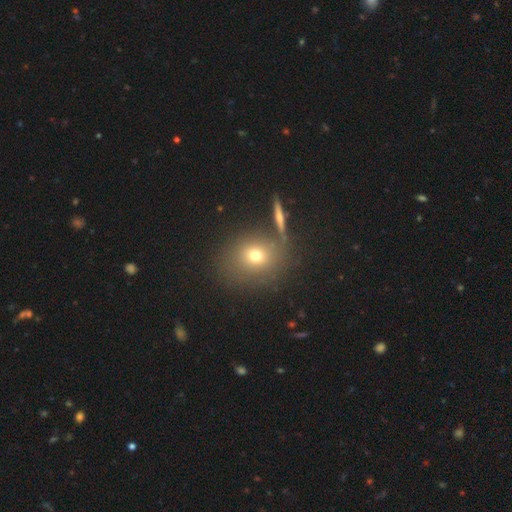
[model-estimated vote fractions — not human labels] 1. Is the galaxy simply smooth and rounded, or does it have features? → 68% smooth, 16% star or artifact, 15% featured or disk.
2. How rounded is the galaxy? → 70% round, 28% in between, 2% cigar-shaped.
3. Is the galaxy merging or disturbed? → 75% none, 11% minor disturbance, 8% merger, 5% major disturbance.